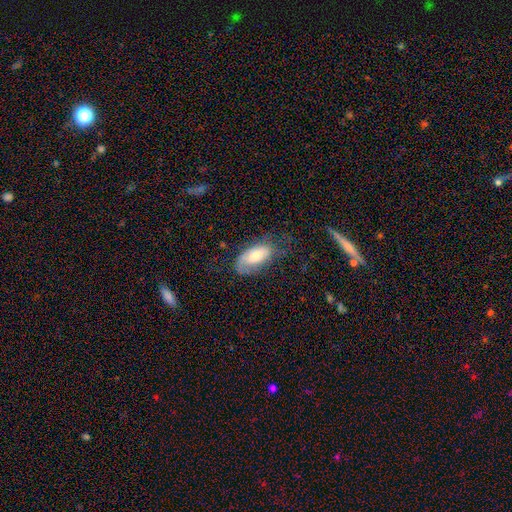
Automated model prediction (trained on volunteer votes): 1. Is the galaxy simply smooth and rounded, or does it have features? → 59% smooth, 34% featured or disk, 7% star or artifact.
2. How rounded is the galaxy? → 91% in between, 6% cigar-shaped, 3% round.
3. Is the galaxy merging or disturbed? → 45% none, 30% minor disturbance, 23% major disturbance, 2% merger.